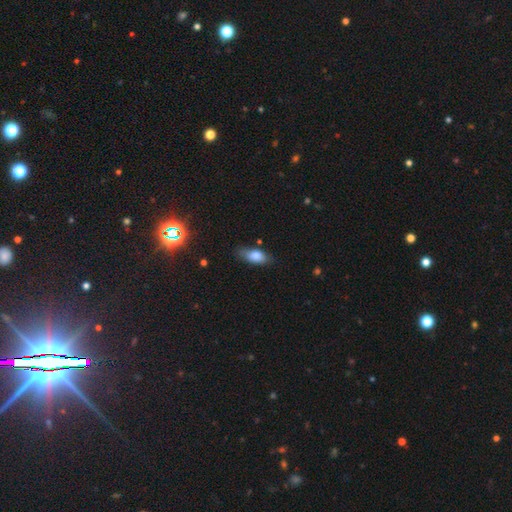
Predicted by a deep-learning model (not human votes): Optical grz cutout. It shows a smooth galaxy with no disk features (79%) that is in between round and cigar-shaped (82%). Merging: none (72%).